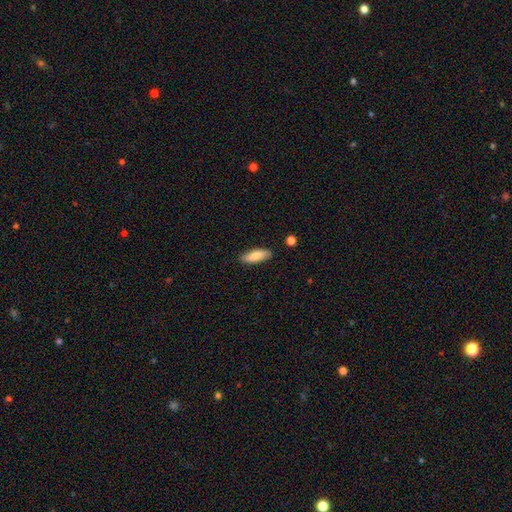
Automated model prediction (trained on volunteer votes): Q: Smooth or featured?
A: smooth (80%); runner-up: featured or disk (14%)
Q: How rounded?
A: in between (67%); runner-up: cigar-shaped (31%)
Q: Merging?
A: none (87%); runner-up: minor disturbance (10%)